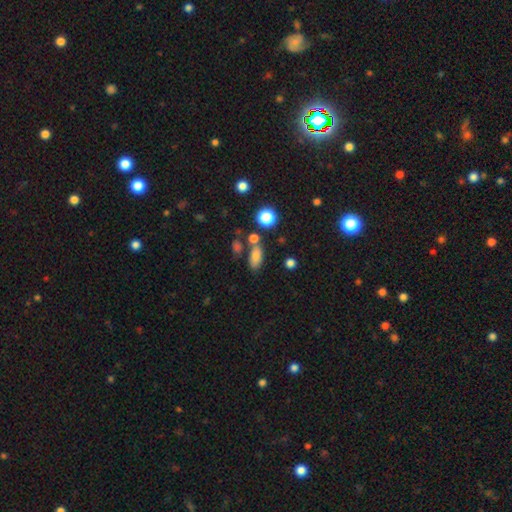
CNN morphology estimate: smooth_or_featured: smooth (p=0.78) [alt: star or artifact p=0.13]
how_rounded: in between (p=0.83) [alt: round p=0.10]
merging: none (p=0.66) [alt: minor disturbance p=0.14]